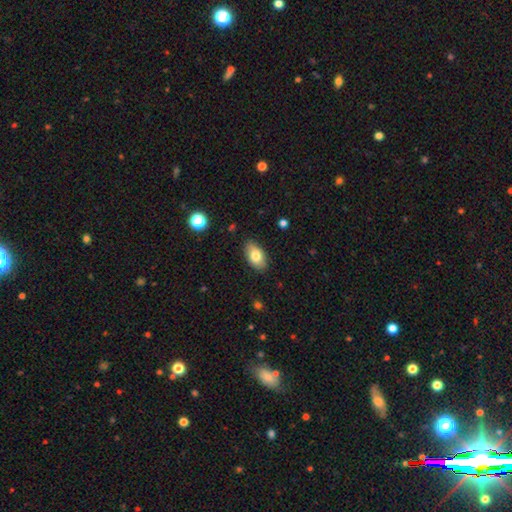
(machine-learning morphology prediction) smooth_or_featured: smooth (p=0.79) [alt: featured or disk p=0.14]
how_rounded: in between (p=0.93) [alt: round p=0.05]
merging: none (p=0.86) [alt: minor disturbance p=0.11]